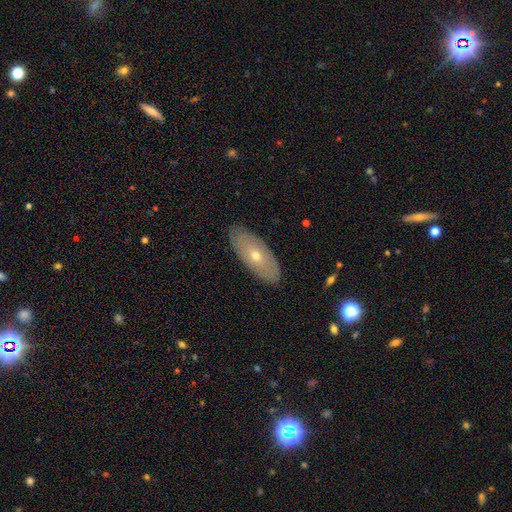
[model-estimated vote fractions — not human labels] smooth-or-featured: smooth: 47% | featured or disk: 46% | star or artifact: 6%
  merging: none: 85% | minor disturbance: 12% | major disturbance: 2% | merger: 1%